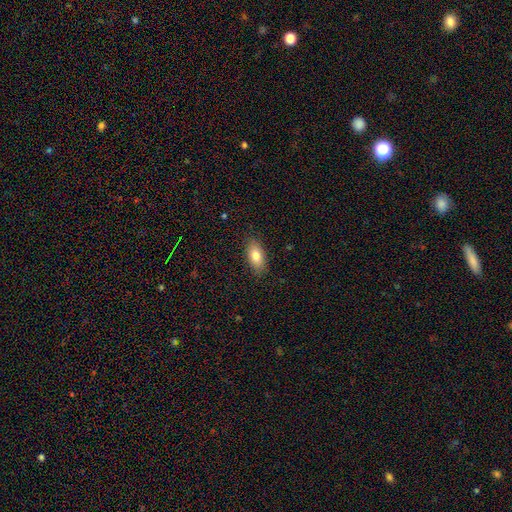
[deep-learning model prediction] This appears to be a smooth galaxy with no disk features (80%) that is in between round and cigar-shaped (88%). Merging: none (87%).